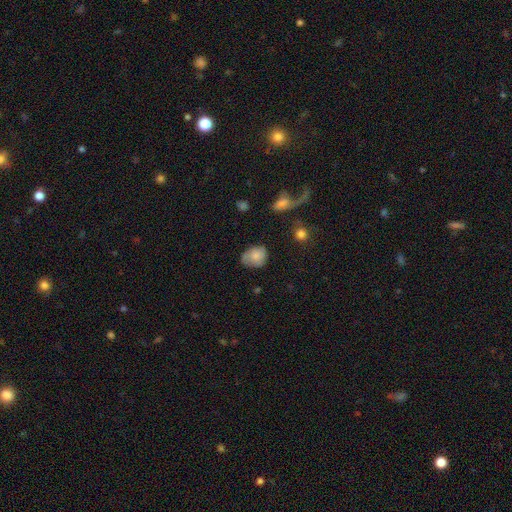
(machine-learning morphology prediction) Smooth or featured: smooth — 68% (featured or disk — 23%)
How rounded: round — 51% (in between — 48%)
Merging: none — 59% (minor disturbance — 29%)